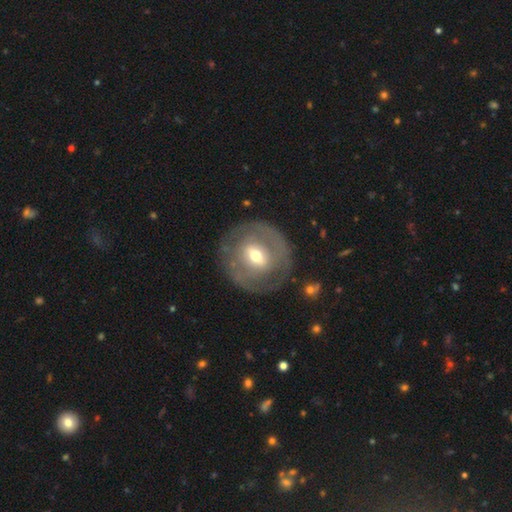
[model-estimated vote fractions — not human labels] featured or disk 63%, smooth 31%, star or artifact 6%. Down the decision tree: edge-on disk — no (94%); bar — weak (44%); spiral arms — no (60%); bulge size — moderate (65%); merging — none (77%).